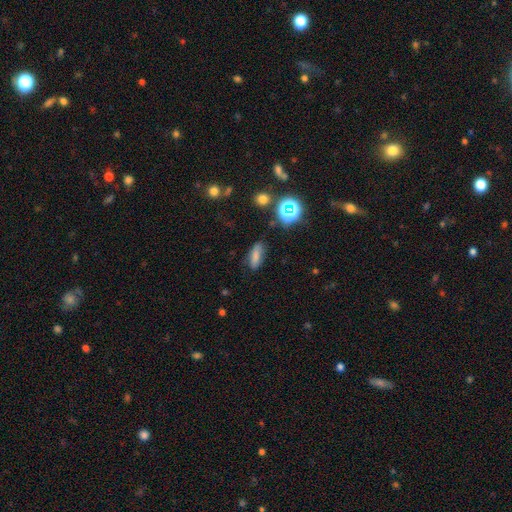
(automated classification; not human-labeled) smooth-or-featured: smooth: 74% | star or artifact: 15% | featured or disk: 11%
  how-rounded: in between: 61% | cigar-shaped: 33% | round: 6%
  merging: none: 78% | minor disturbance: 15% | major disturbance: 4% | merger: 2%